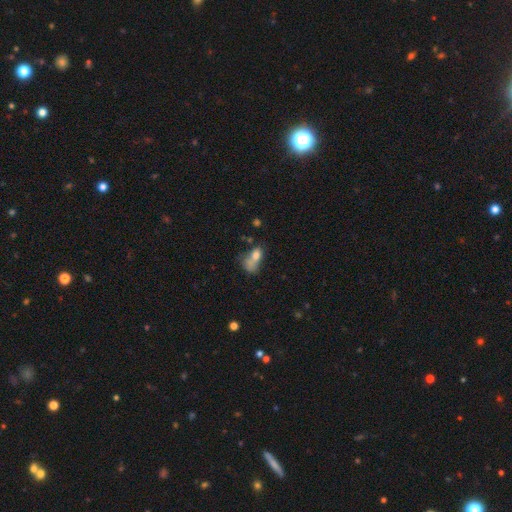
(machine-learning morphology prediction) Smooth or featured? smooth (67%)
How rounded? in between (76%)
Merging? merger (45%)